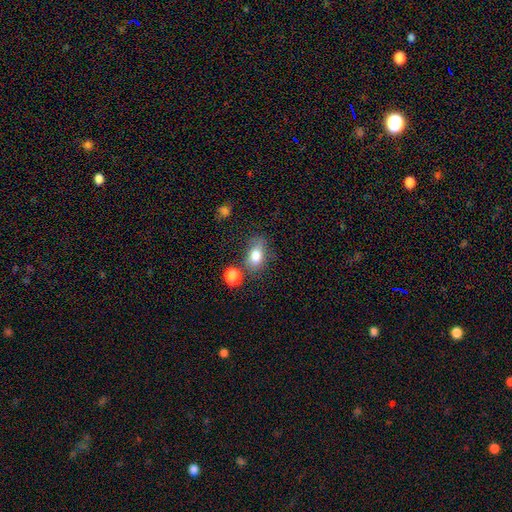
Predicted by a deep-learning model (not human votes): smooth 79%, featured or disk 12%, star or artifact 9%. Down the decision tree: how rounded — in between (82%); merging — none (59%).